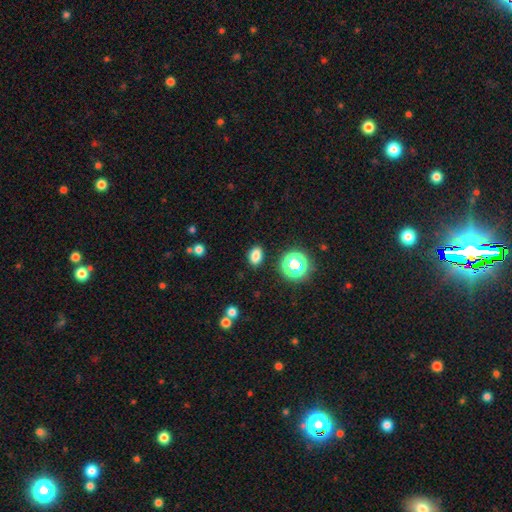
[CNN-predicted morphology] This is clearly a smooth galaxy (81%). How rounded: likely in between (79%). Merging: clearly none (88%).